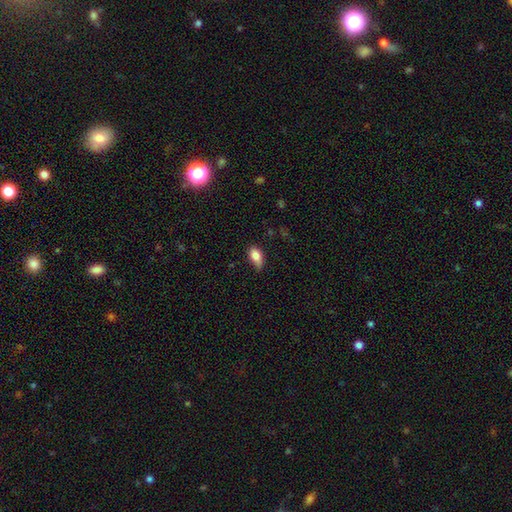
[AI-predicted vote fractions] A smooth galaxy with no disk features (81%) that is in between round and cigar-shaped (88%). Merging: none (57%).